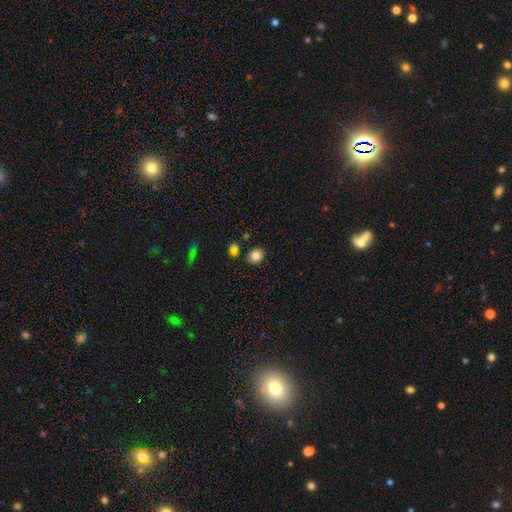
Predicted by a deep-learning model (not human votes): smooth-or-featured: smooth: 81% | star or artifact: 11% | featured or disk: 8%
  how-rounded: round: 77% | in between: 22% | cigar-shaped: 1%
  merging: none: 82% | minor disturbance: 10% | merger: 6% | major disturbance: 3%